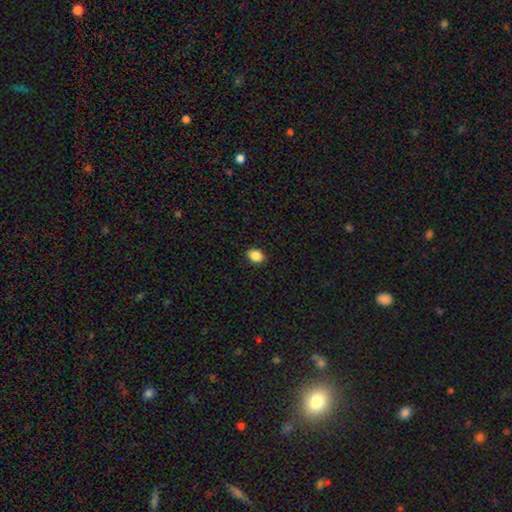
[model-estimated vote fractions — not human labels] The model was most divided on "how rounded": in between: 68%, round: 31%, cigar-shaped: 1%. More confident: merging — none (90%); smooth or featured — smooth (88%).